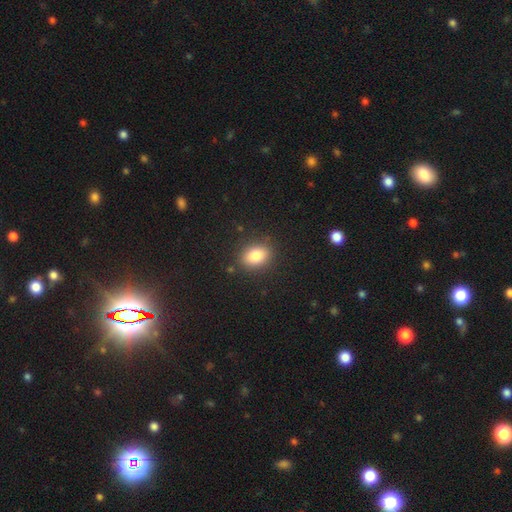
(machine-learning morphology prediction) type=smooth (82%); roundness=in between (69%); merging=none (86%).